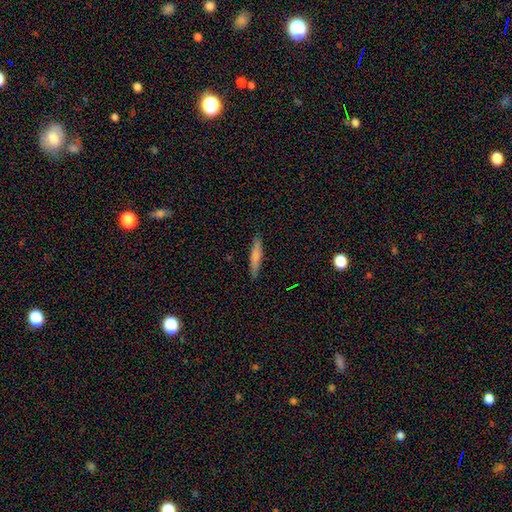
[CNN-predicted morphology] Smooth or featured? Predicted: smooth (p=0.73). How rounded? Predicted: cigar-shaped (p=0.90). Merging? Predicted: none (p=0.89).